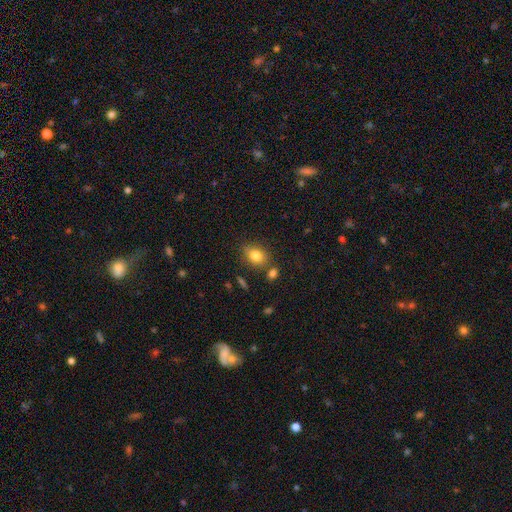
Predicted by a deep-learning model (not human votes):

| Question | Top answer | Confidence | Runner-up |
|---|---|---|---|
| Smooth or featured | smooth | 82% | star or artifact (10%) |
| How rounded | in between | 63% | round (35%) |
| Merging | none | 71% | minor disturbance (16%) |